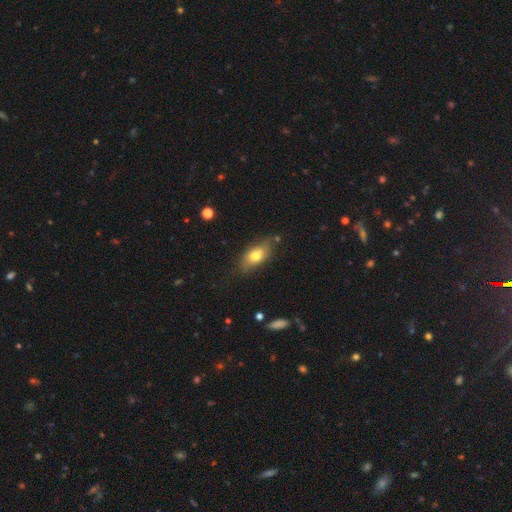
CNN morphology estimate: Smooth or featured?
  - smooth: 70% *
  - featured or disk: 22%
  - star or artifact: 8%
How rounded?
  - in between: 83% *
  - cigar-shaped: 11%
  - round: 7%
Merging?
  - none: 71% *
  - minor disturbance: 21%
  - major disturbance: 5%
  - merger: 3%